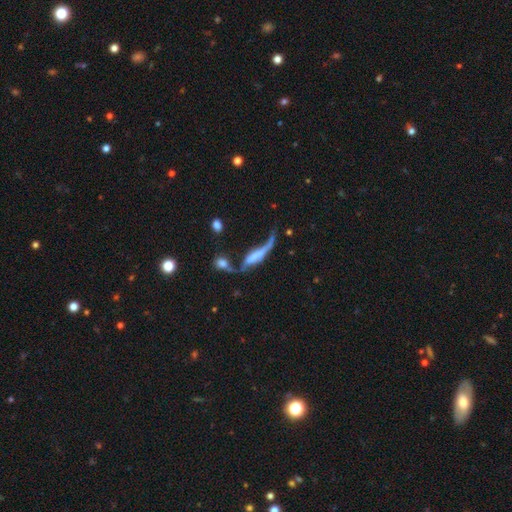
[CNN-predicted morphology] smooth_or_featured: featured or disk (p=0.59) [alt: smooth p=0.32]
disk_edge_on: no (p=0.53) [alt: yes p=0.47]
merging: major disturbance (p=0.32) [alt: merger p=0.29]